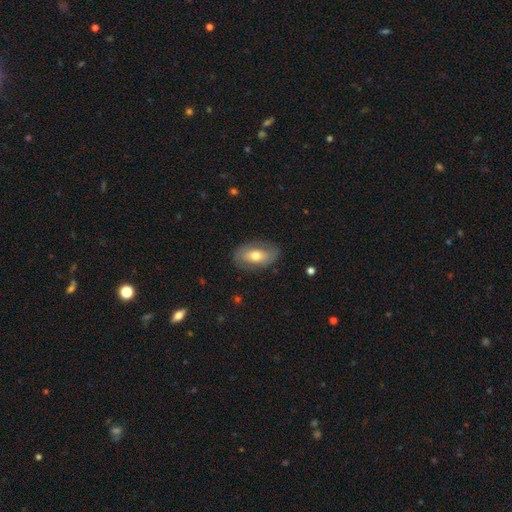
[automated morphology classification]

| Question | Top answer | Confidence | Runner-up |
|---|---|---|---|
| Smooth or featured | smooth | 49% | featured or disk (44%) |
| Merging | none | 80% | minor disturbance (14%) |